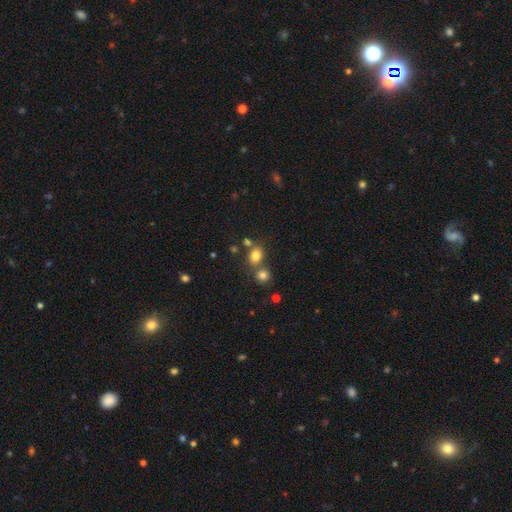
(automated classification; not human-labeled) smooth 78%, star or artifact 14%, featured or disk 8%. Down the decision tree: how rounded — in between (51%); merging — none (58%).